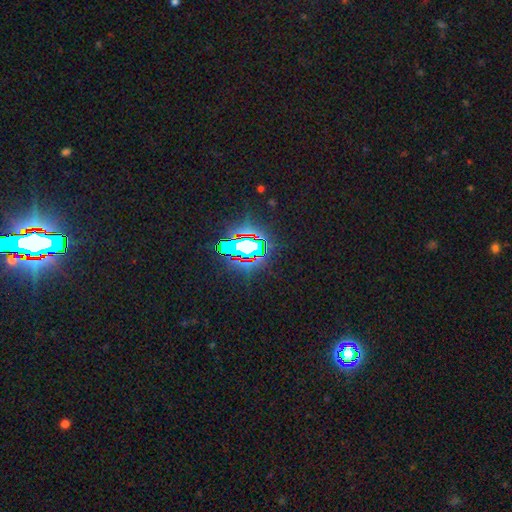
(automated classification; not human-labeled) Smooth or featured? Predicted: star or artifact (p=0.83).